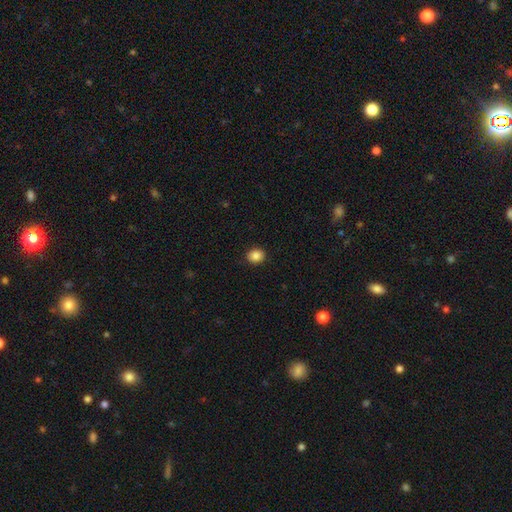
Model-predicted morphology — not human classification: smooth_or_featured: smooth (p=0.87) [alt: star or artifact p=0.10]
how_rounded: round (p=0.66) [alt: in between p=0.33]
merging: none (p=0.91) [alt: minor disturbance p=0.06]